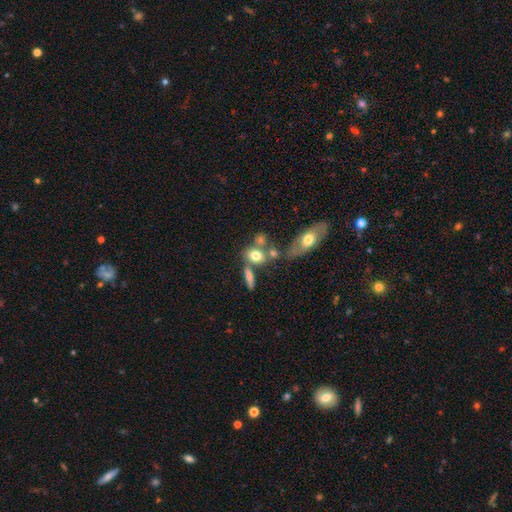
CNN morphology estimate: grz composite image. It shows a smooth galaxy with no disk features (72%) that is in between round and cigar-shaped (65%). Merging: none (43%).